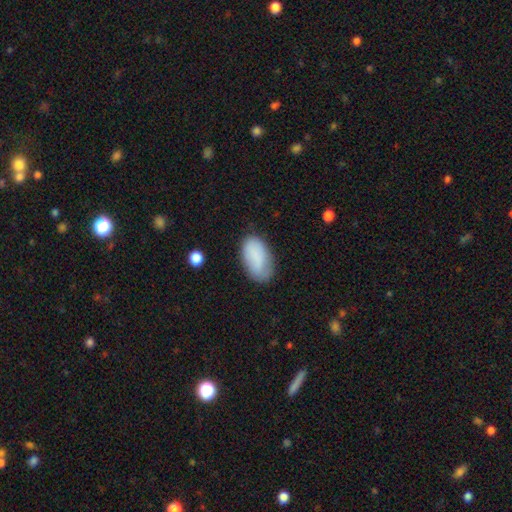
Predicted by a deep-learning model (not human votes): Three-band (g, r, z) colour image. It shows a smooth galaxy with no disk features (83%) that is in between round and cigar-shaped (94%). Merging: none (69%).